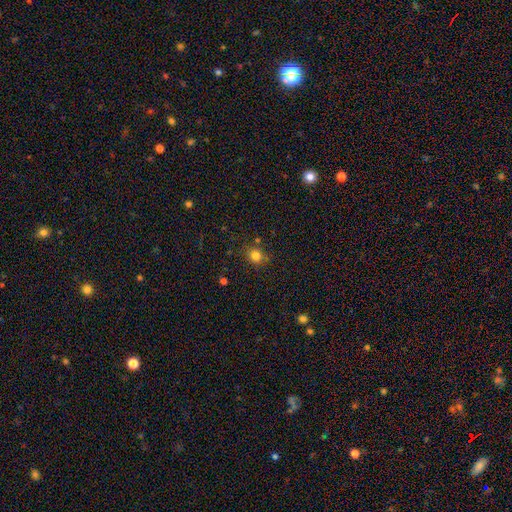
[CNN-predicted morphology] Smooth or featured: smooth — 80% (star or artifact — 15%)
How rounded: round — 85% (in between — 14%)
Merging: none — 80% (minor disturbance — 12%)